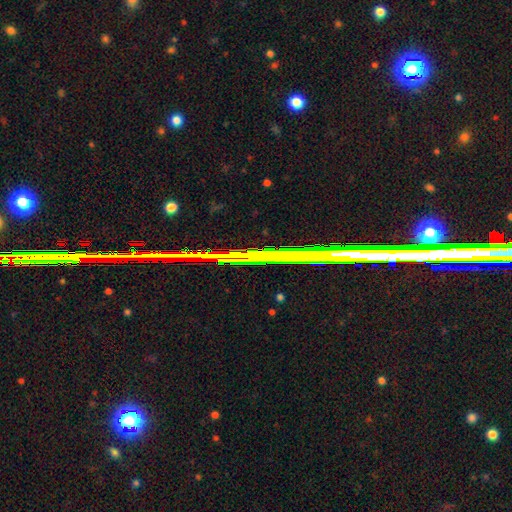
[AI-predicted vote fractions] A star or artifact, not a galaxy (66%).

Vote fractions:
- Smooth or featured? star or artifact: 66% / featured or disk: 22% / smooth: 11%